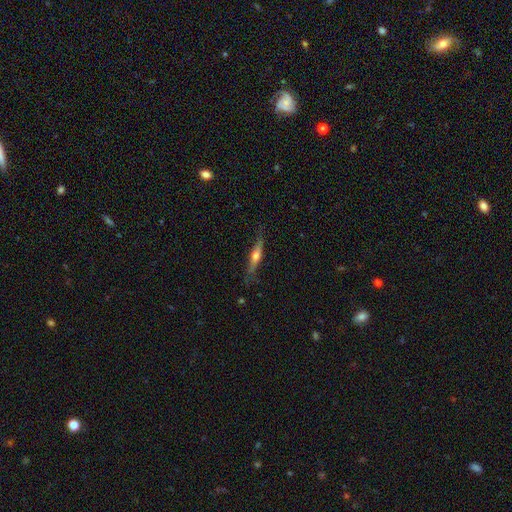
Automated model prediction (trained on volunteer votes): Overall: featured or disk (56%; smooth 38%). Edge-on disk: yes (93%). Edge-on bulge: rounded (87%). Merging: none (76%).